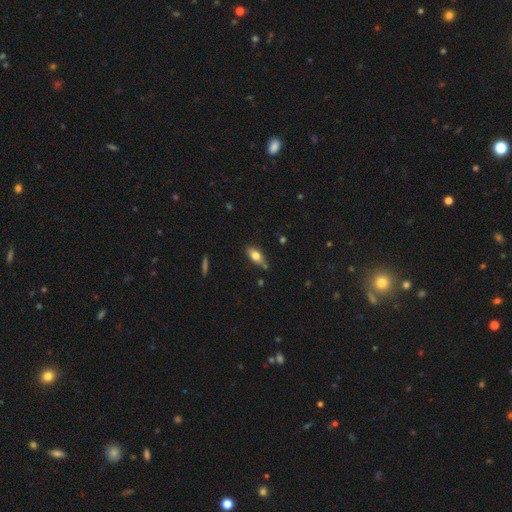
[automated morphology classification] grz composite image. It shows a smooth galaxy with no disk features (59%) that is in between round and cigar-shaped (70%). Merging: none (72%).